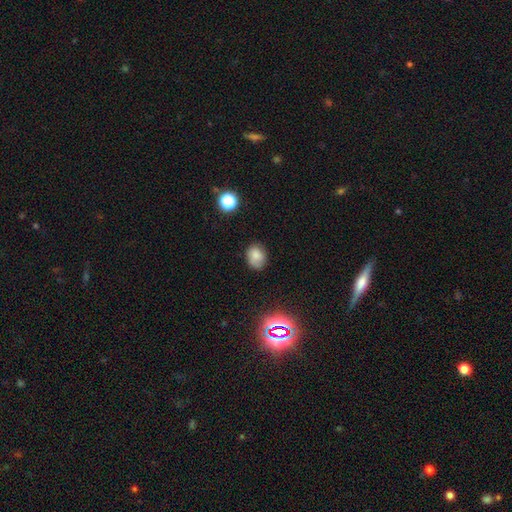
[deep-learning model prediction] The model was most divided on "how rounded": in between: 56%, round: 43%, cigar-shaped: 1%. More confident: smooth or featured — smooth (78%); merging — none (72%).